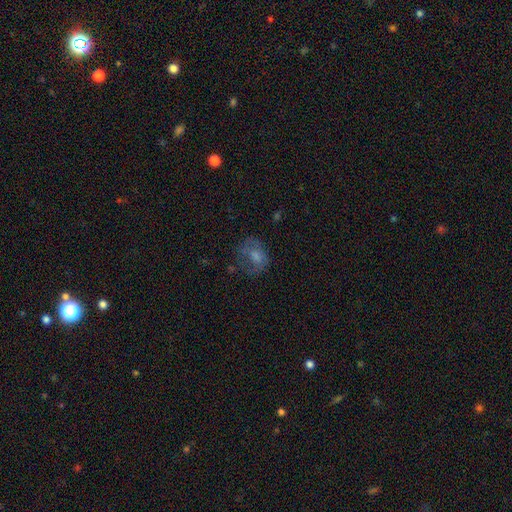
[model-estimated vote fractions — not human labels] Q: Smooth or featured?
A: smooth (43%); runner-up: featured or disk (39%)
Q: Merging?
A: none (53%); runner-up: minor disturbance (23%)